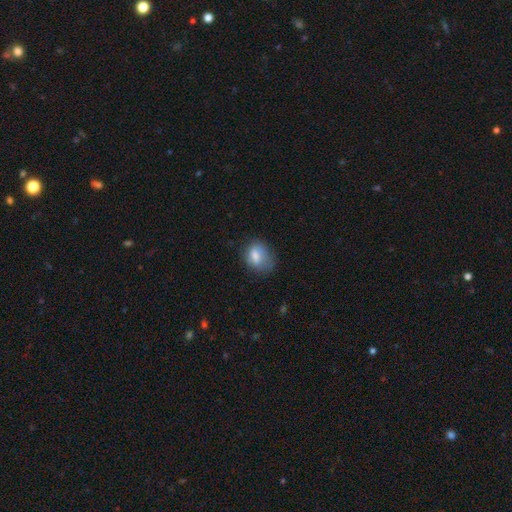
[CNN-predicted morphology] Smooth or featured: smooth — 72% (featured or disk — 18%)
How rounded: in between — 68% (round — 30%)
Merging: none — 54% (minor disturbance — 29%)